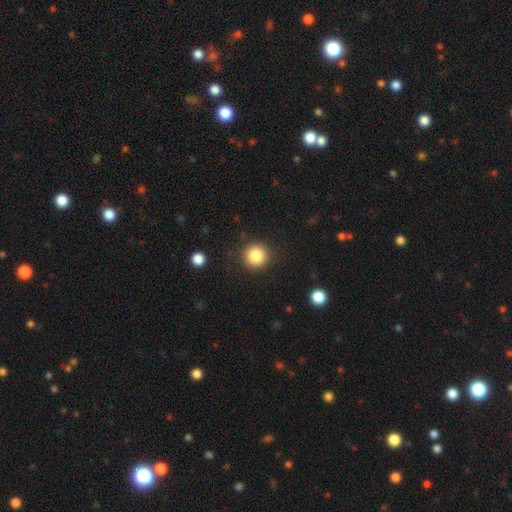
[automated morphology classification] This is clearly a smooth galaxy (84%). How rounded: clearly round (94%). Merging: clearly none (89%).